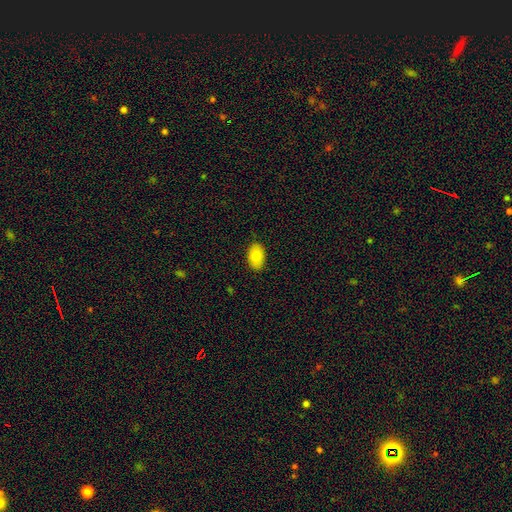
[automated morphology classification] This is likely a smooth galaxy (80%). How rounded: clearly in between (90%). Merging: clearly none (88%).